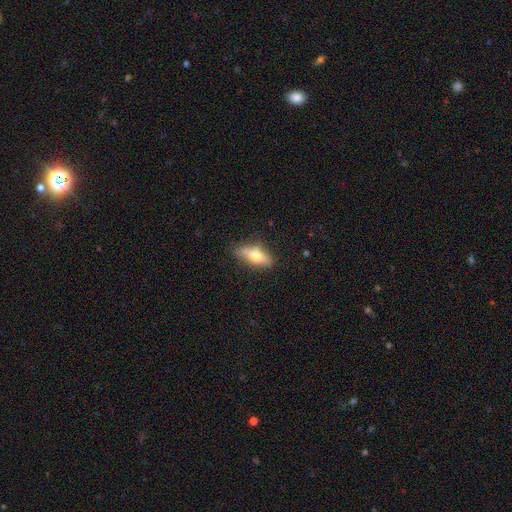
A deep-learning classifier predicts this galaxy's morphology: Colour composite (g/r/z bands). It shows a smooth galaxy with no disk features (55%) that is in between round and cigar-shaped (61%). Merging: none (69%).